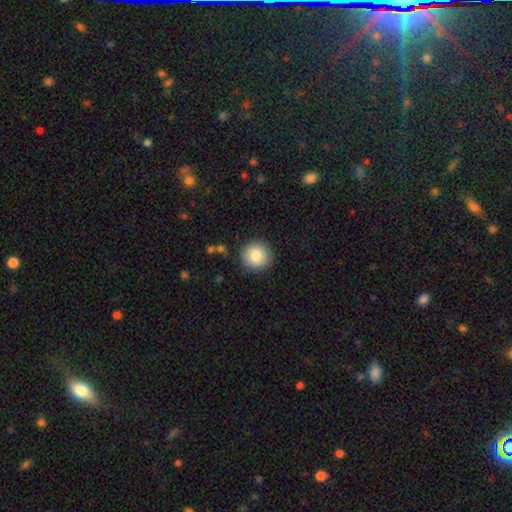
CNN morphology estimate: The model was most divided on "smooth or featured": smooth: 85%, star or artifact: 8%, featured or disk: 7%. More confident: how rounded — round (93%); merging — none (89%).